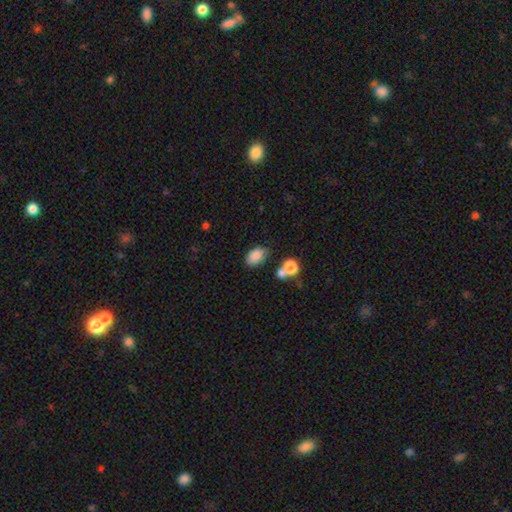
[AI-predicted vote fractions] Smooth or featured?
  - smooth: 84% *
  - star or artifact: 9%
  - featured or disk: 7%
How rounded?
  - in between: 87% *
  - round: 12%
  - cigar-shaped: 1%
Merging?
  - none: 67% *
  - minor disturbance: 18%
  - merger: 10%
  - major disturbance: 5%